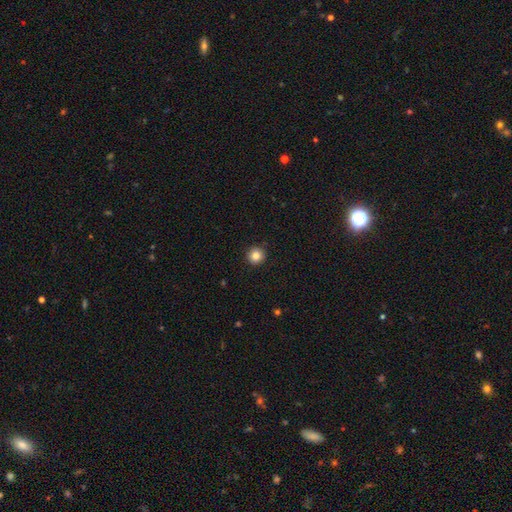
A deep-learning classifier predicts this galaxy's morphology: smooth-or-featured: smooth: 85% | star or artifact: 10% | featured or disk: 5%
  how-rounded: round: 95% | in between: 4% | cigar-shaped: 1%
  merging: none: 92% | minor disturbance: 5% | major disturbance: 2% | merger: 1%